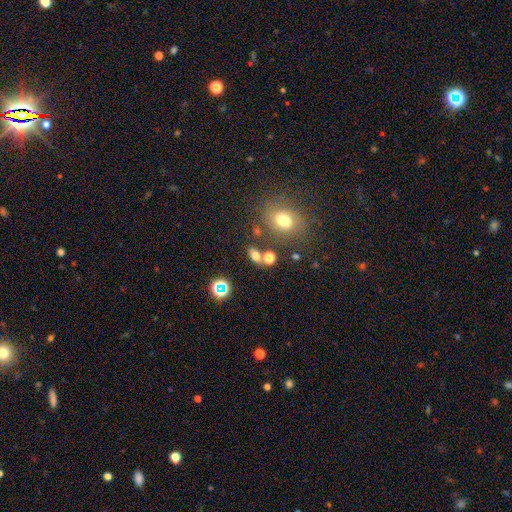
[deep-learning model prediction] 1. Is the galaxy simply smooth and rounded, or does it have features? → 68% smooth, 20% star or artifact, 12% featured or disk.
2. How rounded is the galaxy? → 72% in between, 20% round, 8% cigar-shaped.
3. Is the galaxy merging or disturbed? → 65% none, 17% merger, 12% minor disturbance, 5% major disturbance.